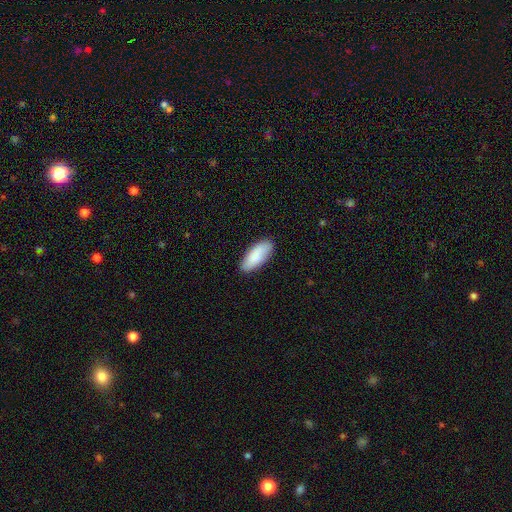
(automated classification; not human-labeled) This is clearly a smooth galaxy (85%). How rounded: clearly in between (81%). Merging: clearly none (86%).